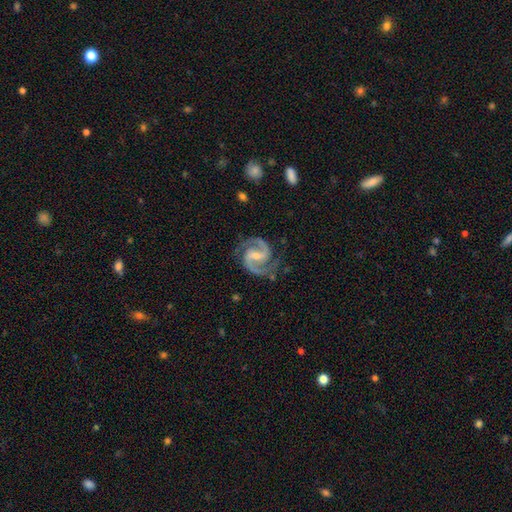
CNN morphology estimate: This is clearly a featured or disk galaxy (94%). It is clearly not viewed edge-on (98%). Bar: possibly weak (45%). Spiral arm pattern: clearly yes (99%). Spiral arm count: clearly 2 (94%). Spiral winding: likely medium (66%). Central bulge: possibly small (55%). Merging: clearly none (81%).